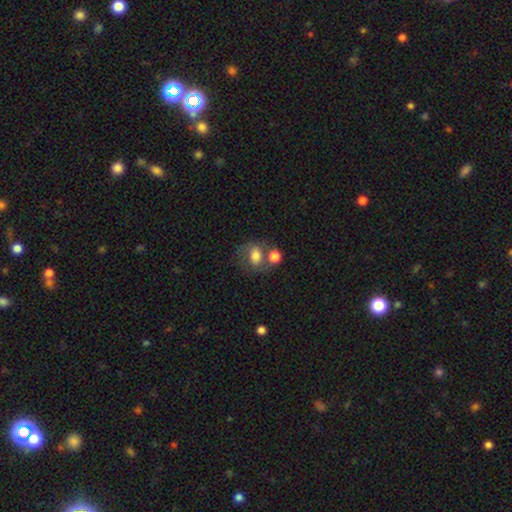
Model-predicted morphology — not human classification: Smooth or featured?
  - smooth: 67% *
  - featured or disk: 23%
  - star or artifact: 10%
How rounded?
  - in between: 54% *
  - round: 45%
  - cigar-shaped: 1%
Merging?
  - none: 38% *
  - merger: 36%
  - minor disturbance: 15%
  - major disturbance: 10%